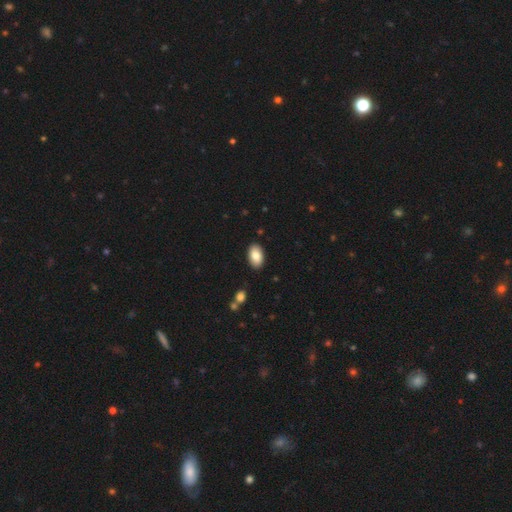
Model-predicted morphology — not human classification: smooth 84%, featured or disk 9%, star or artifact 7%. Down the decision tree: how rounded — in between (94%); merging — none (89%).